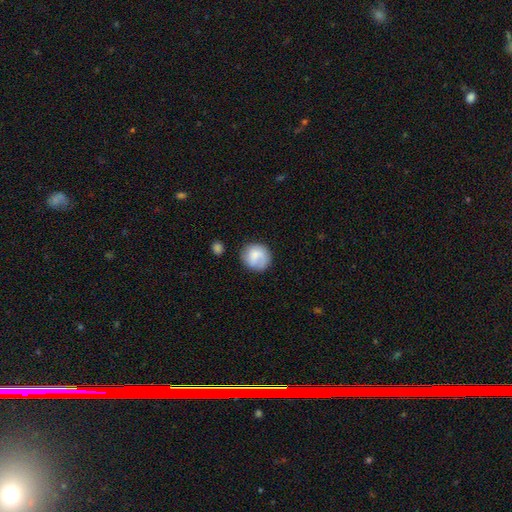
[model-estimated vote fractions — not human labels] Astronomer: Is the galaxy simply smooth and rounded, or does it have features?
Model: smooth — 72%.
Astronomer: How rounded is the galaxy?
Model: round — 87%.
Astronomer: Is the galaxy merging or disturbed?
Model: none — 69%.